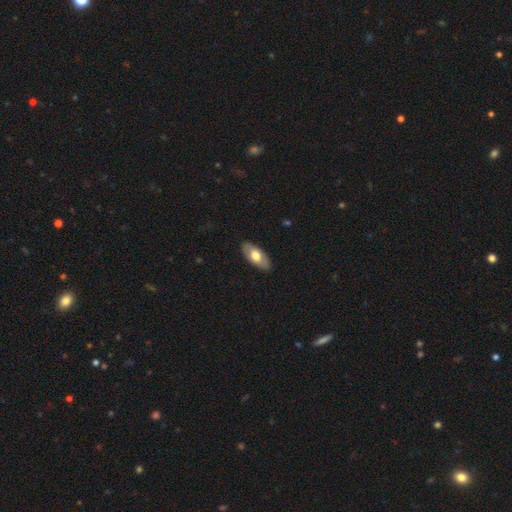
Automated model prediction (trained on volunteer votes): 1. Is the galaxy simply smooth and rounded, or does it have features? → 63% smooth, 32% featured or disk, 5% star or artifact.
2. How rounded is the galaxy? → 89% in between, 8% cigar-shaped, 3% round.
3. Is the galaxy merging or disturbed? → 87% none, 10% minor disturbance, 2% major disturbance, 1% merger.